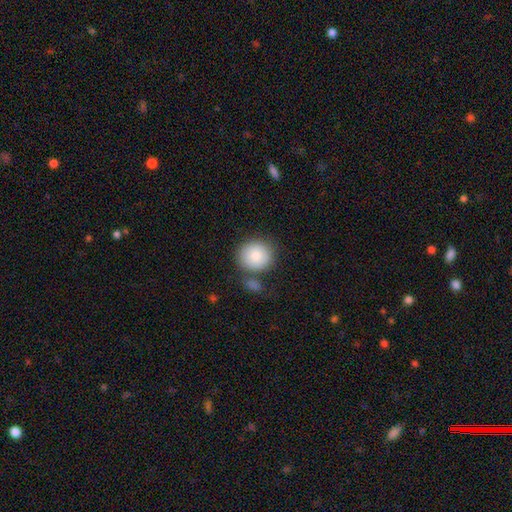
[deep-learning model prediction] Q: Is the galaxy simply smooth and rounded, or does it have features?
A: smooth — 82%.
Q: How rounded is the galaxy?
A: round — 89%.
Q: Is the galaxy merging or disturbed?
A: none — 70%.